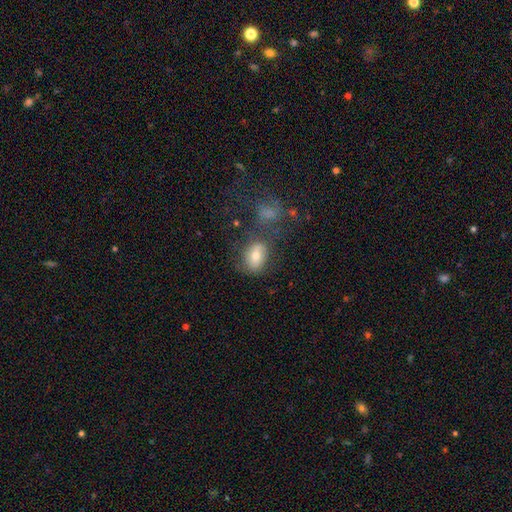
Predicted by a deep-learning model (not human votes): A smooth galaxy with no disk features (69%) that is in between round and cigar-shaped (71%).

Vote fractions:
- Smooth or featured? smooth: 69% / featured or disk: 20% / star or artifact: 11%
- How rounded? in between: 71% / round: 28% / cigar-shaped: 2%
- Merging? none: 56% / minor disturbance: 19% / merger: 15% / major disturbance: 10%